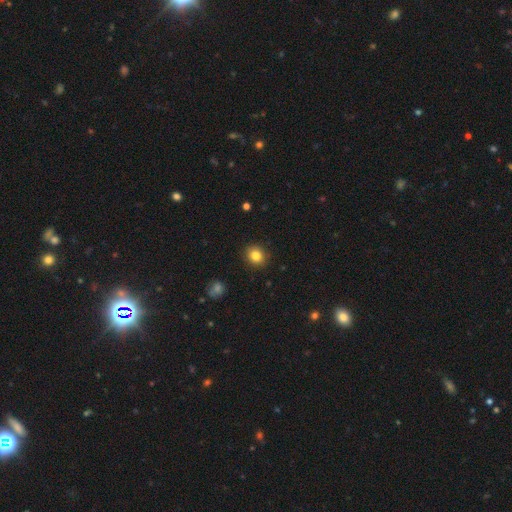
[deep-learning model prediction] Morphology: type=smooth (83%); roundness=round (82%); merging=none (91%).